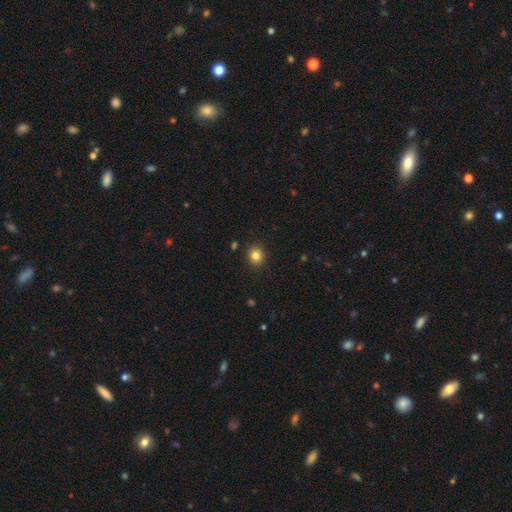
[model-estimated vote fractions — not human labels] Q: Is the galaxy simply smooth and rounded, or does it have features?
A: smooth — 83%.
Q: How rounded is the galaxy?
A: round — 77%.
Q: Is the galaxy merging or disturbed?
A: none — 90%.